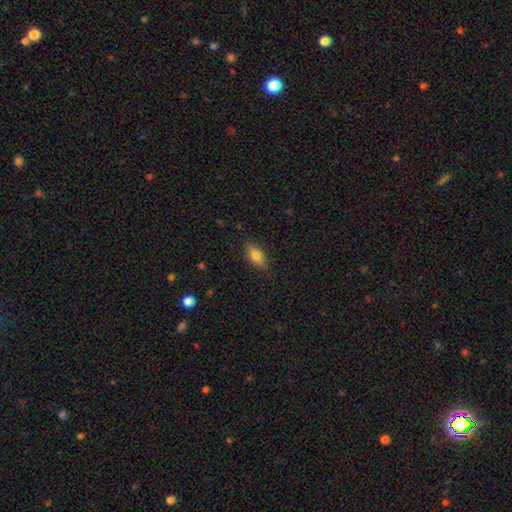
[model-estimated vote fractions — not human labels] Q: Smooth or featured?
A: smooth (69%); runner-up: featured or disk (23%)
Q: How rounded?
A: in between (75%); runner-up: cigar-shaped (21%)
Q: Merging?
A: none (84%); runner-up: minor disturbance (13%)